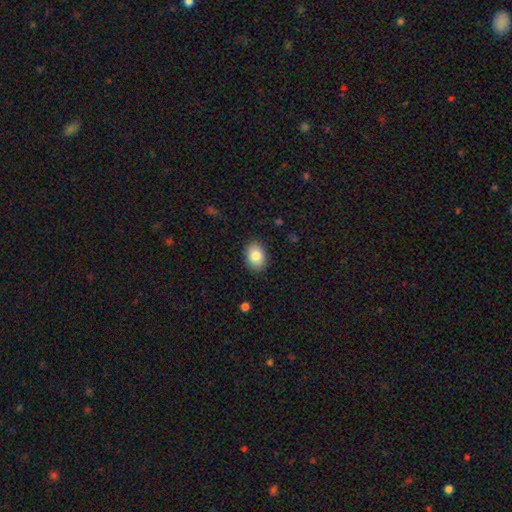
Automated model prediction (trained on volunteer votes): Overall: smooth (84%). How rounded: in between (76%). Merging: none (88%).